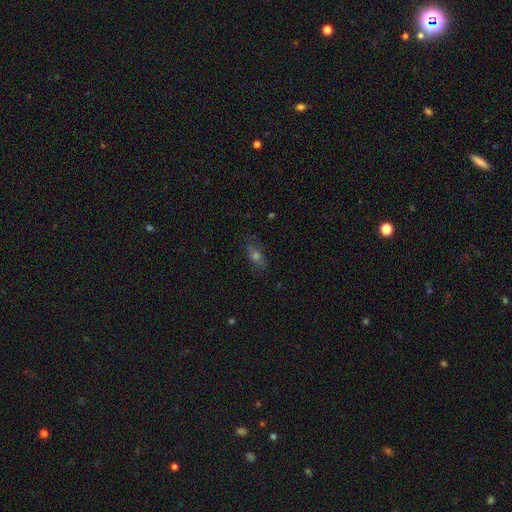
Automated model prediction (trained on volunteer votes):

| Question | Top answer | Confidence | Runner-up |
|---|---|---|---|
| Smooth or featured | smooth | 47% | featured or disk (29%) |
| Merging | none | 79% | minor disturbance (15%) |